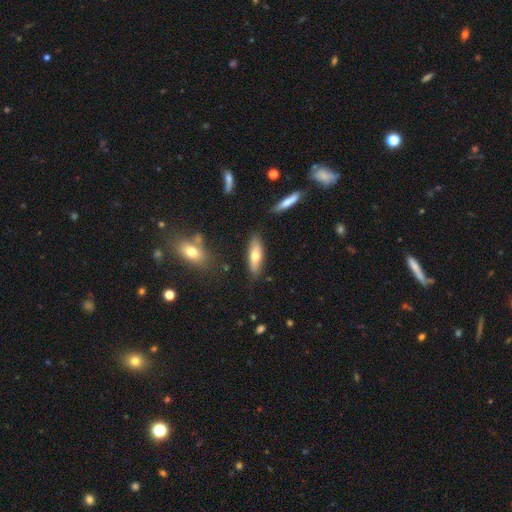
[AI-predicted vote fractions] smooth-or-featured: smooth: 64% | featured or disk: 30% | star or artifact: 7%
  how-rounded: in between: 52% | cigar-shaped: 46% | round: 2%
  merging: none: 81% | minor disturbance: 13% | merger: 4% | major disturbance: 3%